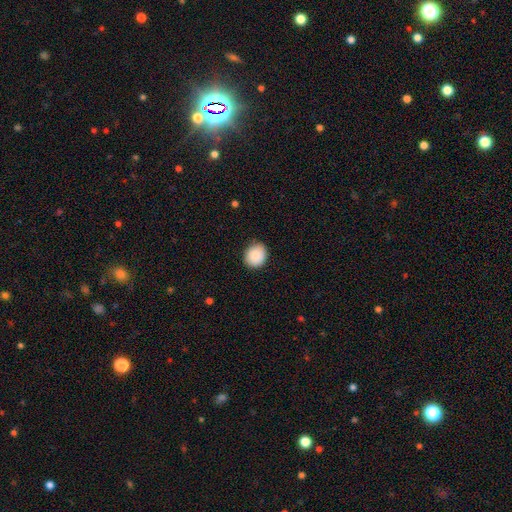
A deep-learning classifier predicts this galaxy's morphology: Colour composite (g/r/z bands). It shows a smooth galaxy with no disk features (89%) that is round (71%). Merging: none (84%).